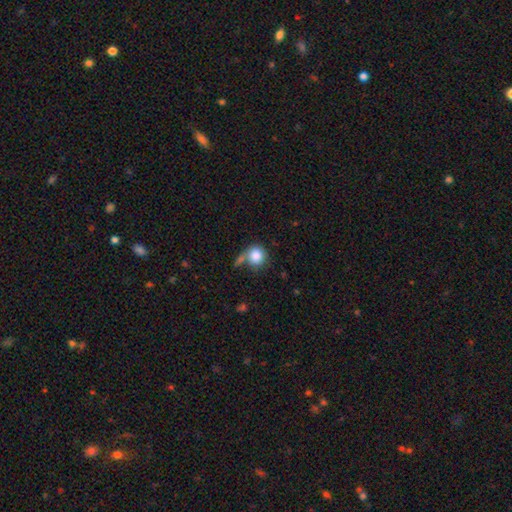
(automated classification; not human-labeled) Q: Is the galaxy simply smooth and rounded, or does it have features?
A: smooth — 84%.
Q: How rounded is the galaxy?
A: round — 84%.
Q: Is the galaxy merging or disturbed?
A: none — 50%.